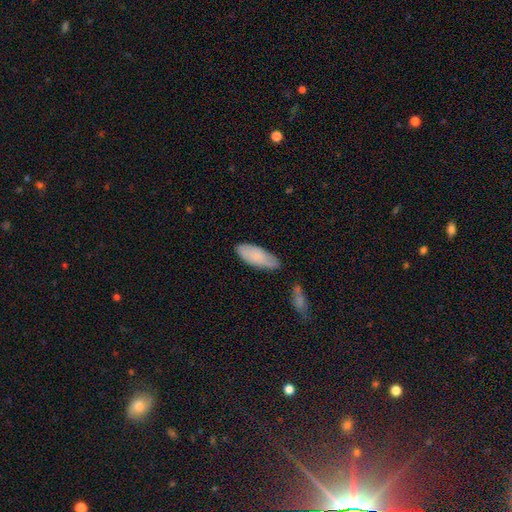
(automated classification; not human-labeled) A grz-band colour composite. It shows a smooth galaxy with no disk features (78%) that is in between round and cigar-shaped (77%). Merging: none (70%).